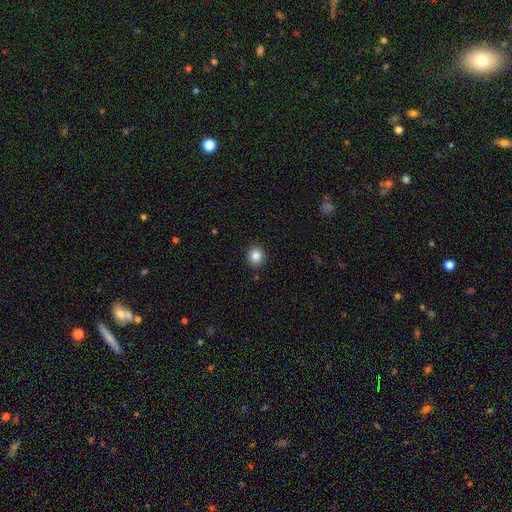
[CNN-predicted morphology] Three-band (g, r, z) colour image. It shows a smooth galaxy with no disk features (85%) that is round (87%). Merging: none (90%).